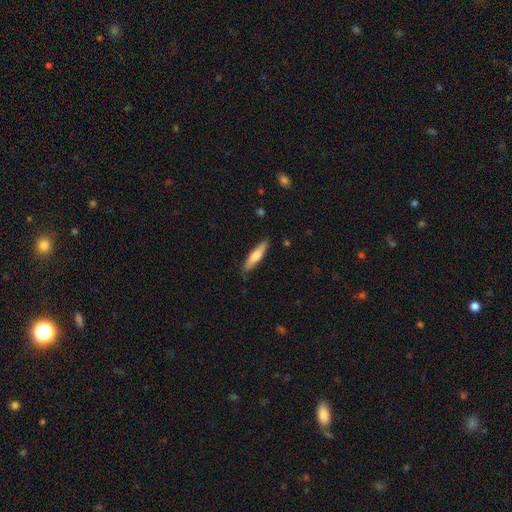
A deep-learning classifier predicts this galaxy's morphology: Smooth or featured? smooth (69%)
How rounded? cigar-shaped (76%)
Merging? none (83%)